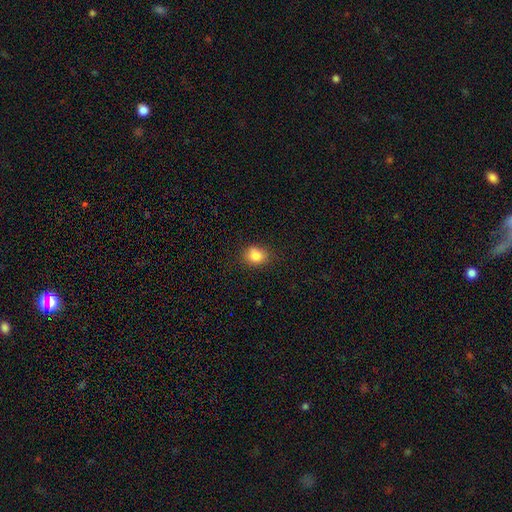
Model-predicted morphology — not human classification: Smooth or featured? smooth (83%)
How rounded? round (59%)
Merging? none (82%)